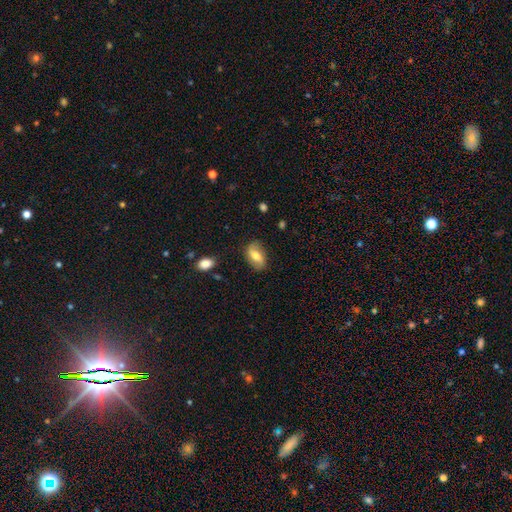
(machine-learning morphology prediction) The model was most divided on "smooth or featured": smooth: 58%, featured or disk: 35%, star or artifact: 7%. More confident: how rounded — in between (88%); merging — none (75%).